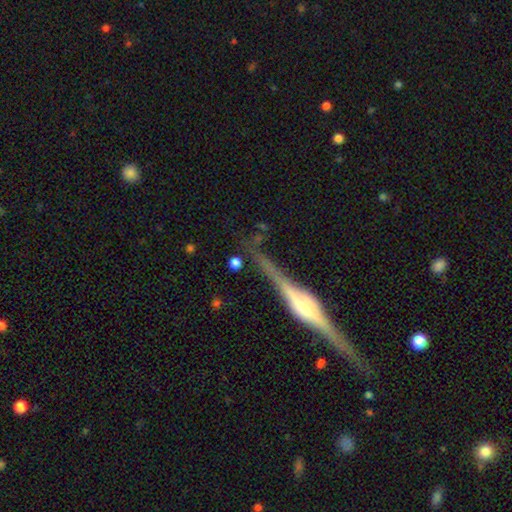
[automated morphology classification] smooth_or_featured: featured or disk (p=0.88) [alt: smooth p=0.06]
disk_edge_on: yes (p=0.98) [alt: no p=0.02]
edge_on_bulge: rounded (p=0.72) [alt: boxy p=0.24]
merging: none (p=0.84) [alt: minor disturbance p=0.11]